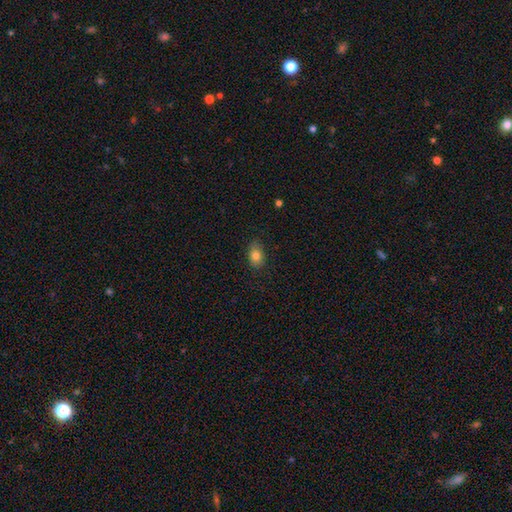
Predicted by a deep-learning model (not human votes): Smooth or featured: smooth — 81% (featured or disk — 10%)
How rounded: in between — 81% (round — 18%)
Merging: none — 81% (minor disturbance — 16%)